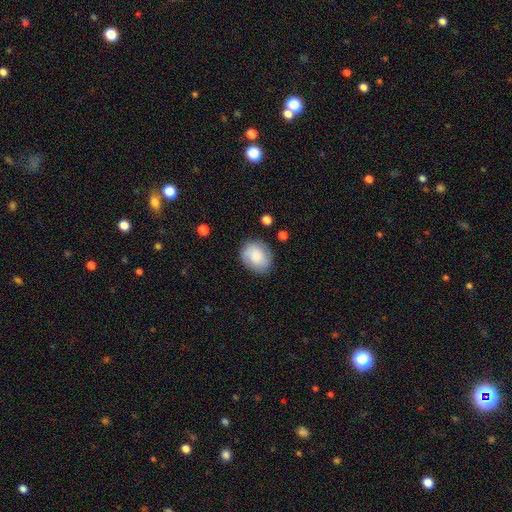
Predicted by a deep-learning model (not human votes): Smooth or featured: smooth — 78% (featured or disk — 15%)
How rounded: round — 50% (in between — 49%)
Merging: none — 79% (minor disturbance — 15%)